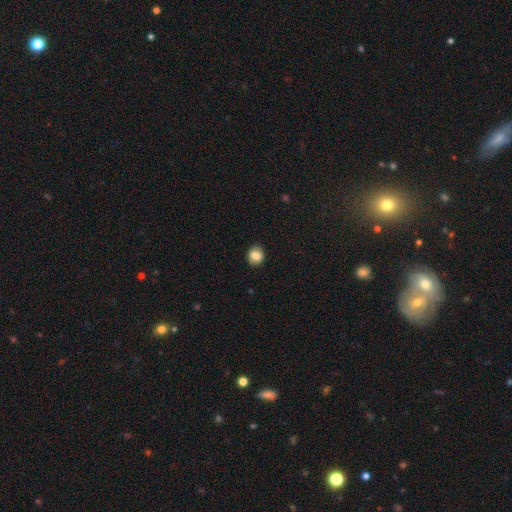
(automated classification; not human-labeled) The model was most divided on "how rounded": in between: 51%, round: 47%, cigar-shaped: 1%. More confident: merging — none (86%); smooth or featured — smooth (78%).